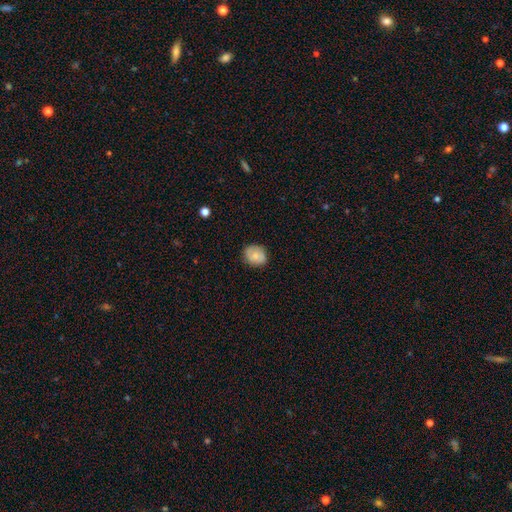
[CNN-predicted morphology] smooth 70%, featured or disk 22%, star or artifact 8%. Down the decision tree: how rounded — round (61%); merging — none (80%).